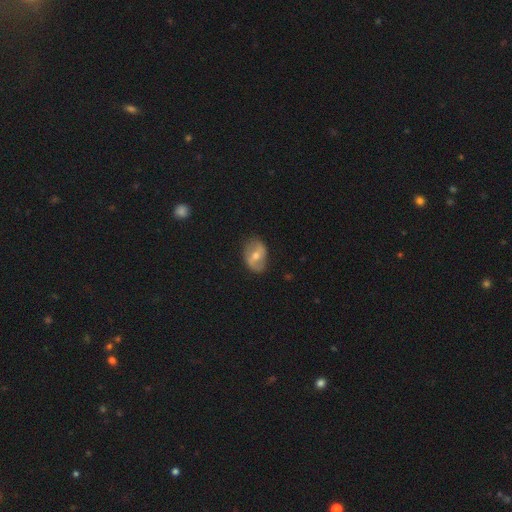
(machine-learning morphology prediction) Smooth or featured? Predicted: featured or disk (p=0.54). Edge-on disk? Predicted: no (p=0.94). Bar? Predicted: weak (p=0.42). Spiral arms? Predicted: yes (p=0.59). Bulge size? Predicted: moderate (p=0.65). Merging? Predicted: none (p=0.74).